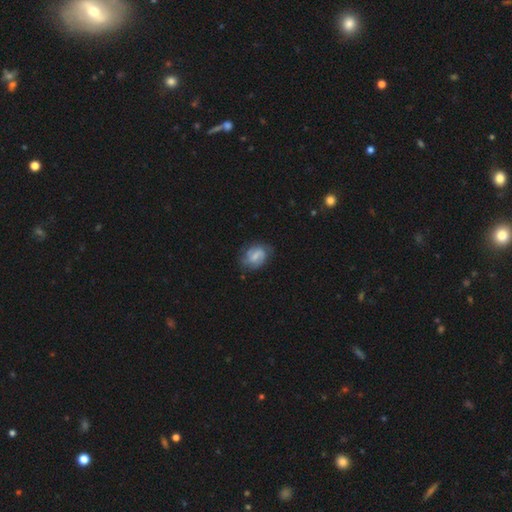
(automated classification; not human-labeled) smooth_or_featured: featured or disk (p=0.57) [alt: smooth p=0.36]
disk_edge_on: no (p=0.97) [alt: yes p=0.03]
bar: weak (p=0.53) [alt: strong p=0.24]
has_spiral_arms: yes (p=0.83) [alt: no p=0.17]
bulge_size: small (p=0.37) [alt: none p=0.31]
merging: none (p=0.67) [alt: minor disturbance p=0.23]